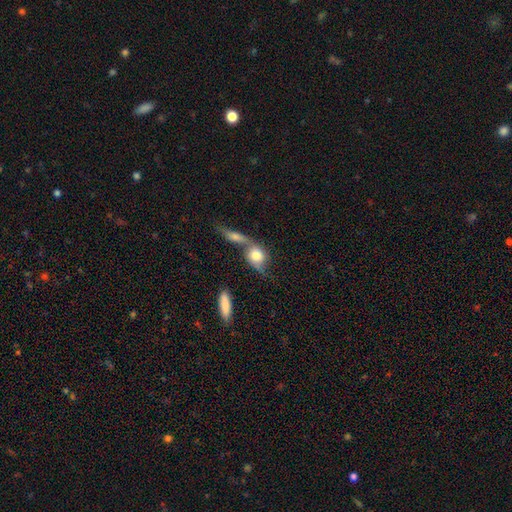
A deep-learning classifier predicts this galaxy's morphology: A smooth galaxy with no disk features (60%) that is round (50%).

Vote fractions:
- Smooth or featured? smooth: 60% / featured or disk: 32% / star or artifact: 8%
- How rounded? round: 50% / in between: 44% / cigar-shaped: 6%
- Merging? merger: 56% / none: 26% / minor disturbance: 10% / major disturbance: 8%